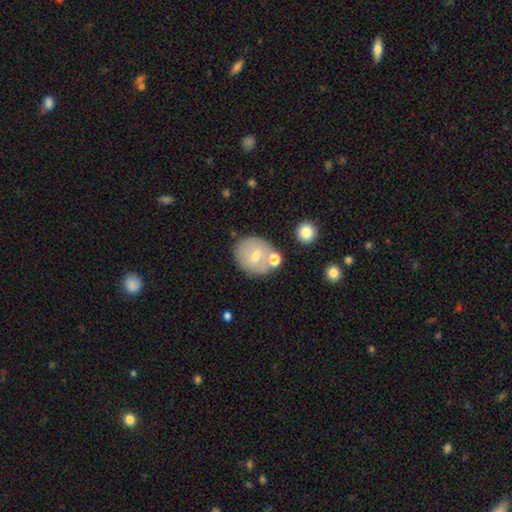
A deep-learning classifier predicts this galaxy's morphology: type=smooth (62%); roundness=round (78%); merging=none (66%).